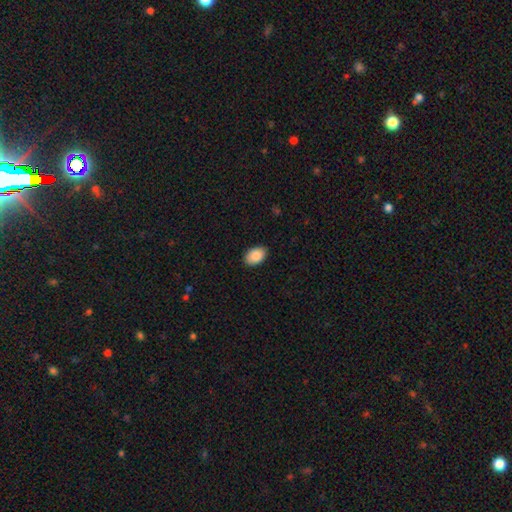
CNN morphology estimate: Smooth or featured? Predicted: smooth (p=0.90). How rounded? Predicted: in between (p=0.89). Merging? Predicted: none (p=0.89).